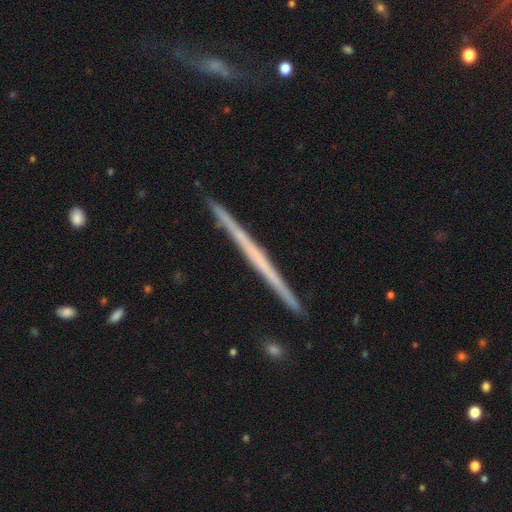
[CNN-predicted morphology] smooth-or-featured: featured or disk: 65% | smooth: 29% | star or artifact: 6%
  disk-edge-on: yes: 98% | no: 2%
    edge-on-bulge: none: 89% | rounded: 8% | boxy: 3%
  merging: none: 91% | minor disturbance: 7% | merger: 1% | major disturbance: 1%